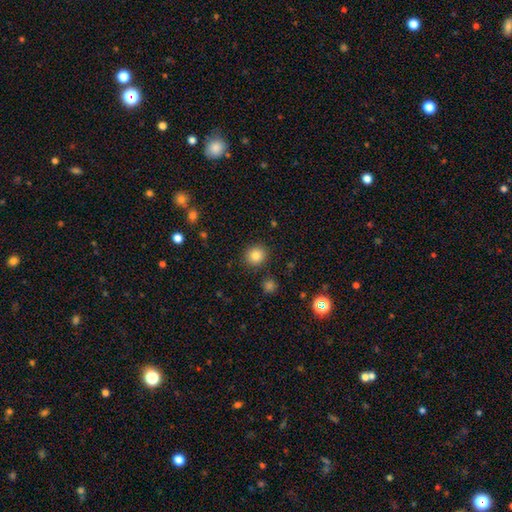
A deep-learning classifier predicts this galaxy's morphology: smooth_or_featured: smooth (p=0.83) [alt: star or artifact p=0.11]
how_rounded: round (p=0.87) [alt: in between p=0.12]
merging: none (p=0.89) [alt: minor disturbance p=0.06]